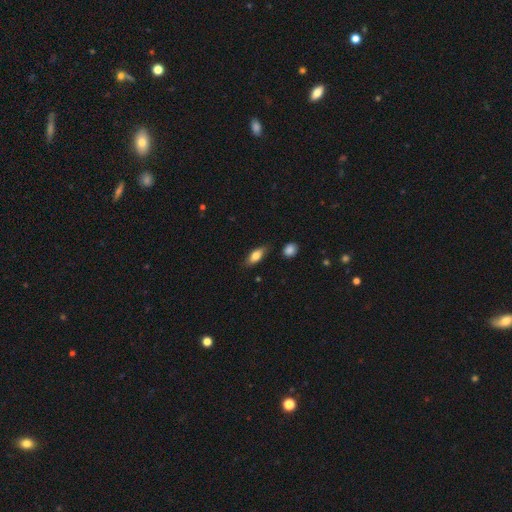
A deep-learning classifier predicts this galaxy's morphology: Smooth or featured: smooth — 75% (featured or disk — 18%)
How rounded: in between — 79% (cigar-shaped — 18%)
Merging: none — 81% (minor disturbance — 14%)